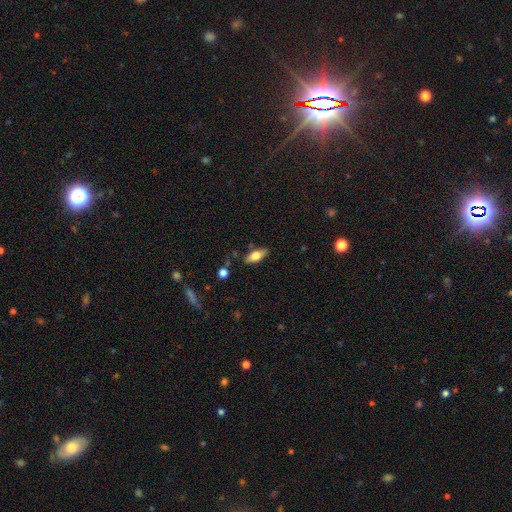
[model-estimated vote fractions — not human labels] Overall: smooth (63%; featured or disk 30%). How rounded: in between (75%). Merging: none (82%).